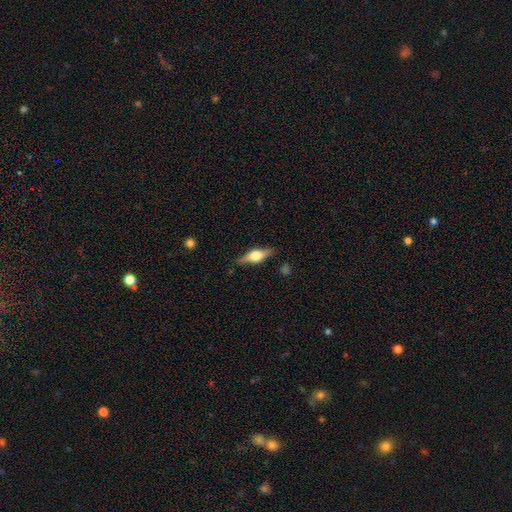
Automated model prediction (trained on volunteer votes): Smooth or featured? Predicted: featured or disk (p=0.60). Edge-on disk? Predicted: yes (p=0.95). Edge-on bulge? Predicted: rounded (p=0.92). Merging? Predicted: none (p=0.83).